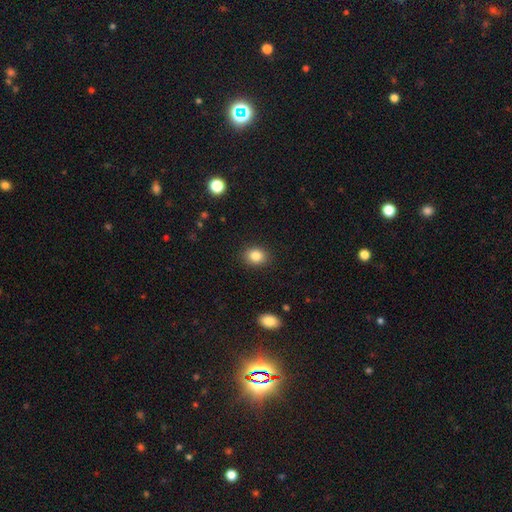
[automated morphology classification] Smooth or featured? Predicted: smooth (p=0.84). How rounded? Predicted: round (p=0.52). Merging? Predicted: none (p=0.89).